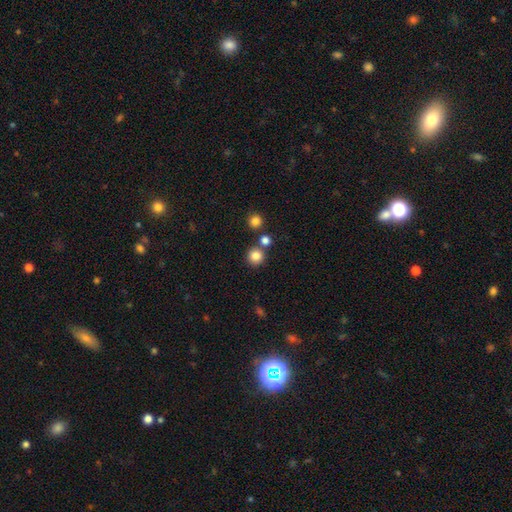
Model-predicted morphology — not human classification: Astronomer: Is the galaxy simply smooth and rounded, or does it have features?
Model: smooth — 83%.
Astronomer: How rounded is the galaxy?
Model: round — 93%.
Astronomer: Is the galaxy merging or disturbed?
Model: none — 78%.